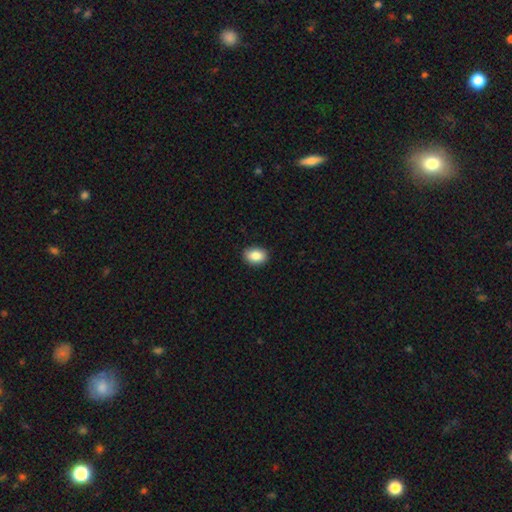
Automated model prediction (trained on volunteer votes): This appears to be a smooth galaxy with no disk features (86%) that is in between round and cigar-shaped (76%). Merging: none (89%).